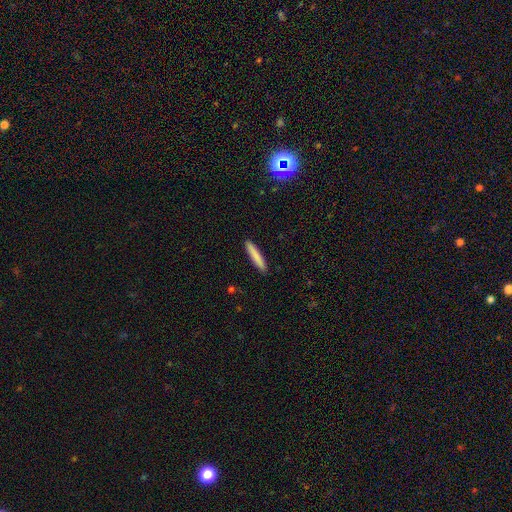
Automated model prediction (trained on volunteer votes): A smooth galaxy with no disk features (83%) that is cigar-shaped (93%).

Vote fractions:
- Smooth or featured? smooth: 83% / featured or disk: 11% / star or artifact: 6%
- How rounded? cigar-shaped: 93% / in between: 6% / round: 1%
- Merging? none: 92% / minor disturbance: 6% / major disturbance: 1% / merger: 1%